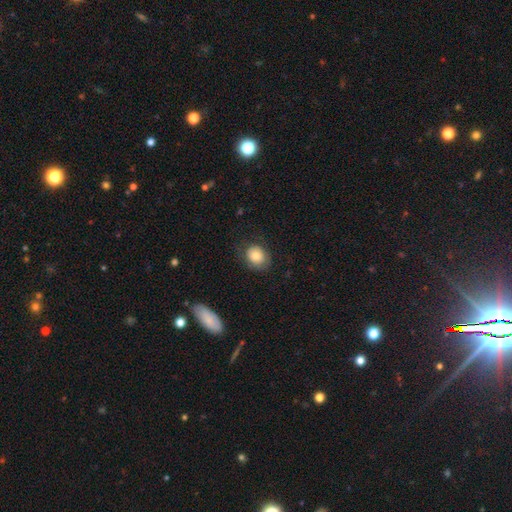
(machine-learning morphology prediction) Q: Smooth or featured?
A: smooth (78%); runner-up: featured or disk (14%)
Q: How rounded?
A: round (56%); runner-up: in between (43%)
Q: Merging?
A: none (70%); runner-up: minor disturbance (20%)